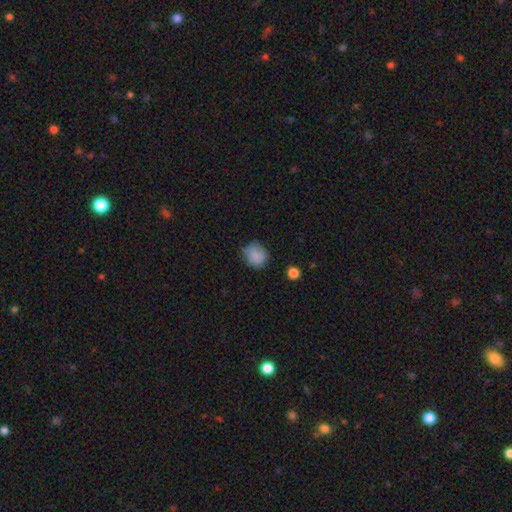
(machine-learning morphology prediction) A smooth galaxy with no disk features (85%) that is round (77%).

Vote fractions:
- Smooth or featured? smooth: 85% / star or artifact: 10% / featured or disk: 6%
- How rounded? round: 77% / in between: 22% / cigar-shaped: 1%
- Merging? none: 66% / minor disturbance: 26% / major disturbance: 6% / merger: 2%